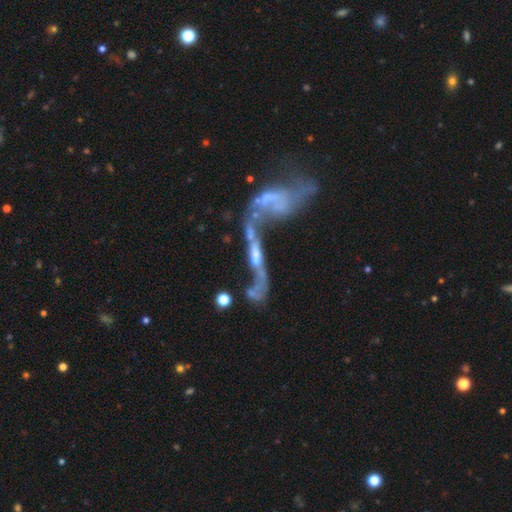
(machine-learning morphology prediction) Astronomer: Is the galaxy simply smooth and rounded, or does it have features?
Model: featured or disk — 74%.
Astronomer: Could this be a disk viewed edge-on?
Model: no — 82%.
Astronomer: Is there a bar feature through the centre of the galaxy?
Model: no — 58%.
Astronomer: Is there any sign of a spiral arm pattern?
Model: yes — 62% (runner-up: no, 38%).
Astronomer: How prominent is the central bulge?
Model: none — 41% (runner-up: small, 34%).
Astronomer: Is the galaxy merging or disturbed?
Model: merger — 54%.